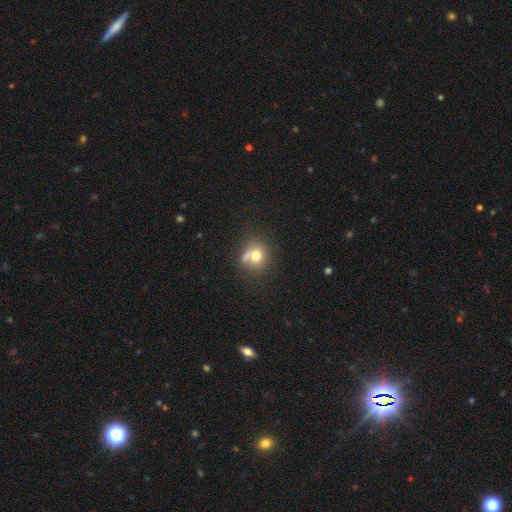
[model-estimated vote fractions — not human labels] A smooth galaxy with no disk features (72%) that is round (80%).

Vote fractions:
- Smooth or featured? smooth: 72% / featured or disk: 15% / star or artifact: 12%
- How rounded? round: 80% / in between: 19% / cigar-shaped: 1%
- Merging? none: 52% / merger: 19% / minor disturbance: 18% / major disturbance: 10%